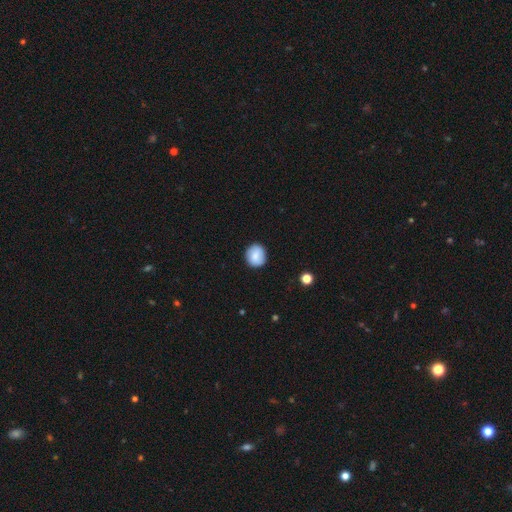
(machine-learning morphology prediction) A smooth galaxy with no disk features (82%) that is round (83%). Merging: none (88%).